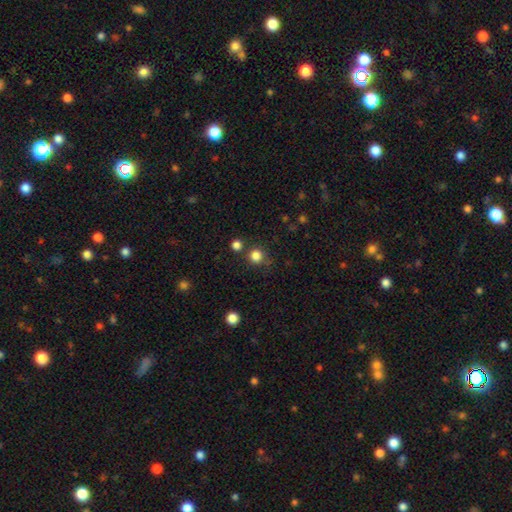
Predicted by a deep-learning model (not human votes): smooth_or_featured: smooth (p=0.82) [alt: star or artifact p=0.13]
how_rounded: round (p=0.92) [alt: in between p=0.07]
merging: none (p=0.77) [alt: minor disturbance p=0.10]